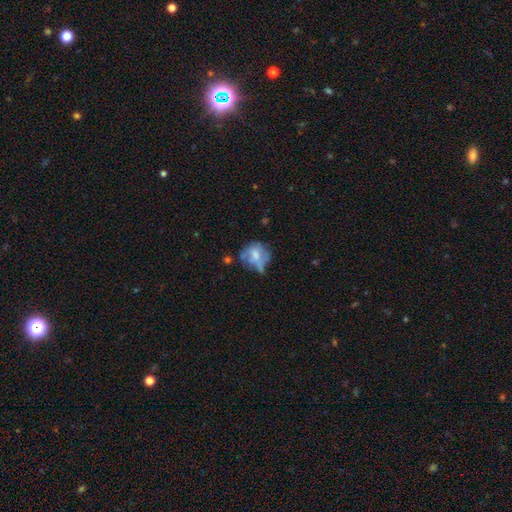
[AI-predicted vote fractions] smooth_or_featured: smooth (p=0.54) [alt: featured or disk p=0.36]
how_rounded: round (p=0.68) [alt: in between p=0.31]
merging: none (p=0.37) [alt: minor disturbance p=0.29]